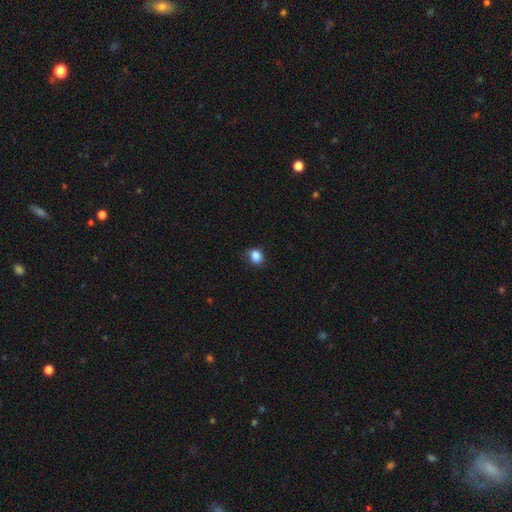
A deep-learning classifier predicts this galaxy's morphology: smooth_or_featured: smooth (p=0.86) [alt: star or artifact p=0.10]
how_rounded: round (p=0.61) [alt: in between p=0.38]
merging: none (p=0.74) [alt: minor disturbance p=0.20]